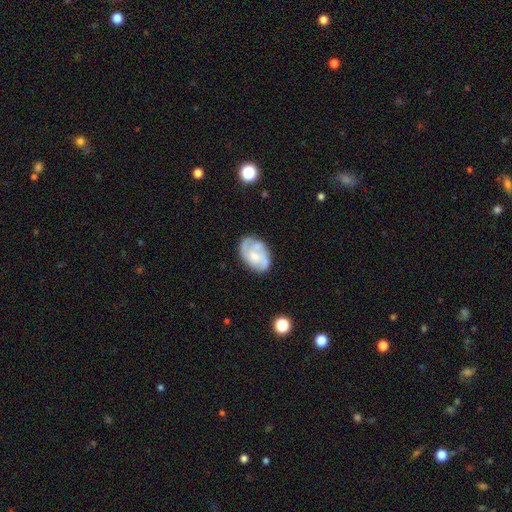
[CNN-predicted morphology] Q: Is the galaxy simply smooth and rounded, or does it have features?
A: featured or disk — 61%.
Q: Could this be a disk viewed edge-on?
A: no — 97%.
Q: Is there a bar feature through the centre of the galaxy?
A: no — 71%.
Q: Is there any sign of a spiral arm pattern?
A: yes — 78%.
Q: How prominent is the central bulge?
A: small — 42%.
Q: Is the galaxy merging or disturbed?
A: none — 65%.